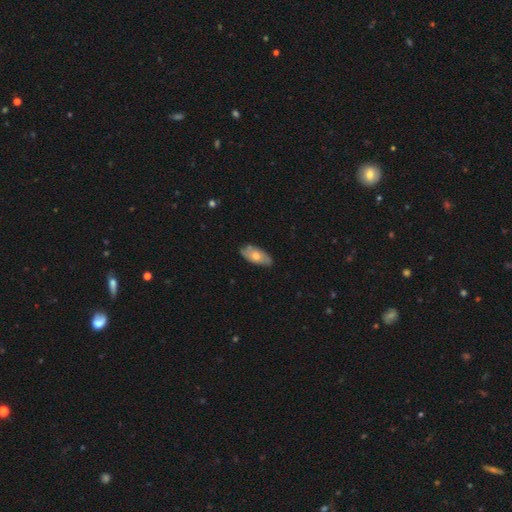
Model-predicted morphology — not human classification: smooth-or-featured: smooth: 52% | featured or disk: 41% | star or artifact: 6%
  how-rounded: in between: 87% | cigar-shaped: 10% | round: 3%
  merging: none: 80% | minor disturbance: 16% | major disturbance: 3% | merger: 1%